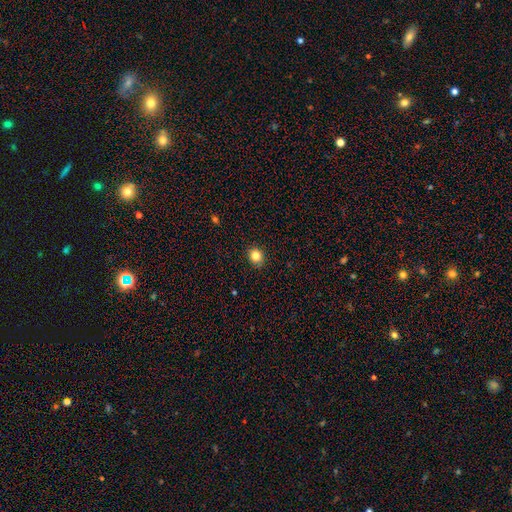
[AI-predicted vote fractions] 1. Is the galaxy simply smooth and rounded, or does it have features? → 83% smooth, 11% star or artifact, 6% featured or disk.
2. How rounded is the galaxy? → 71% round, 29% in between, 1% cigar-shaped.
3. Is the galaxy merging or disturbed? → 89% none, 8% minor disturbance, 2% major disturbance, 1% merger.